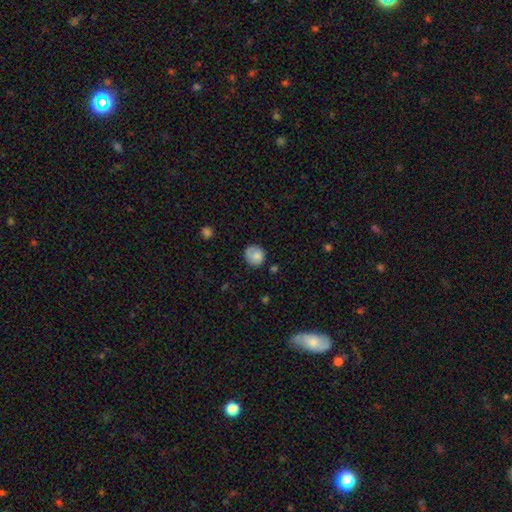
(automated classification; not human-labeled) Smooth or featured? smooth (80%)
How rounded? round (83%)
Merging? none (70%)